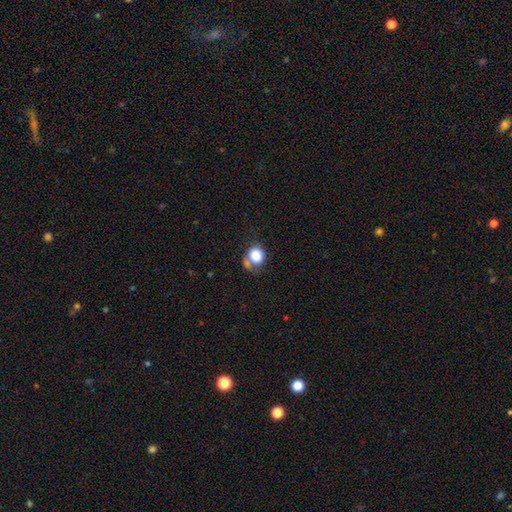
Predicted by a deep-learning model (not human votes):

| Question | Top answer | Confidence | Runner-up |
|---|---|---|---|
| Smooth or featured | smooth | 83% | star or artifact (9%) |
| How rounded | round | 74% | in between (25%) |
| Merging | none | 48% | merger (23%) |